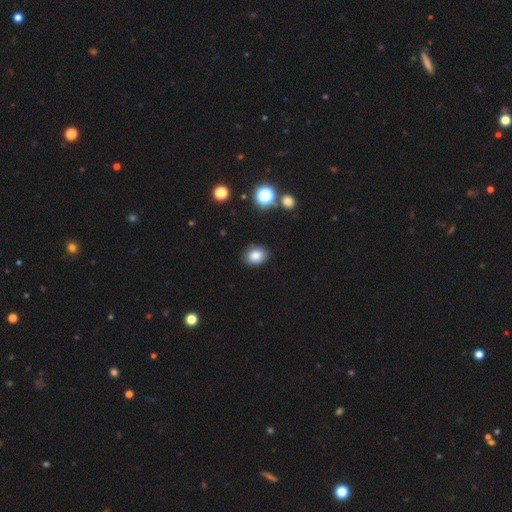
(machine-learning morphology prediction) smooth_or_featured: smooth (p=0.84) [alt: star or artifact p=0.11]
how_rounded: in between (p=0.59) [alt: round p=0.40]
merging: none (p=0.85) [alt: minor disturbance p=0.11]